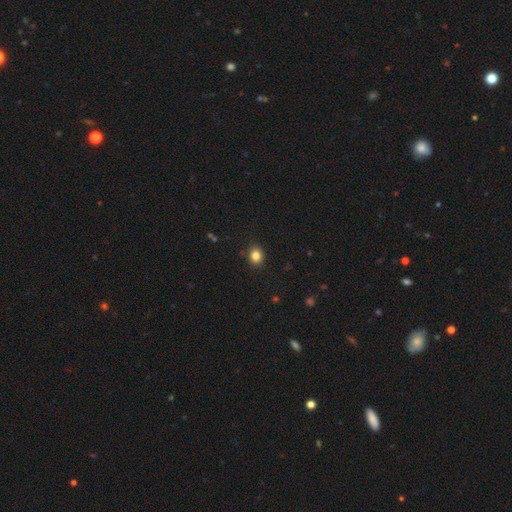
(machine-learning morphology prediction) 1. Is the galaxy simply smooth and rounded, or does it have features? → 84% smooth, 11% star or artifact, 5% featured or disk.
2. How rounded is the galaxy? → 60% round, 39% in between, 1% cigar-shaped.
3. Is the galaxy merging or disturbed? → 89% none, 8% minor disturbance, 2% major disturbance, 1% merger.